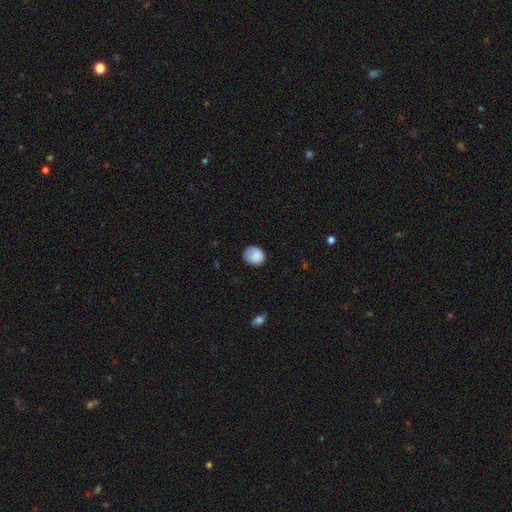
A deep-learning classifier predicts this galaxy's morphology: Smooth or featured? Predicted: smooth (p=0.86). How rounded? Predicted: round (p=0.76). Merging? Predicted: none (p=0.72).